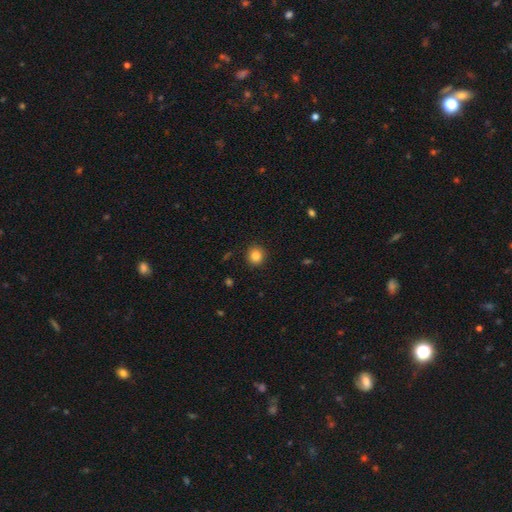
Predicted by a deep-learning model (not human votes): smooth 85%, star or artifact 11%, featured or disk 5%. Down the decision tree: how rounded — round (90%); merging — none (91%).